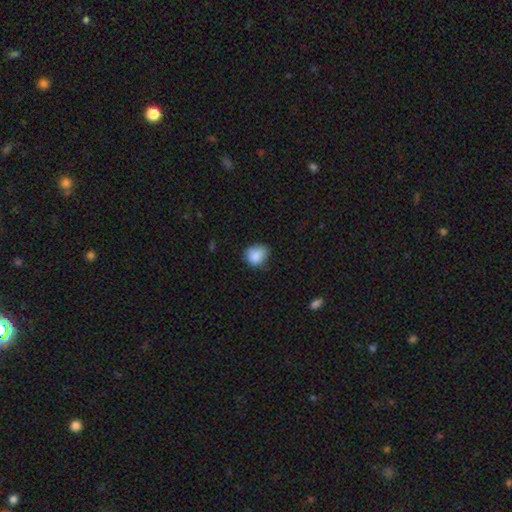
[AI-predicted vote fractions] A smooth galaxy with no disk features (86%) that is round (71%).

Vote fractions:
- Smooth or featured? smooth: 86% / star or artifact: 8% / featured or disk: 6%
- How rounded? round: 71% / in between: 28% / cigar-shaped: 1%
- Merging? none: 65% / minor disturbance: 28% / major disturbance: 5% / merger: 1%